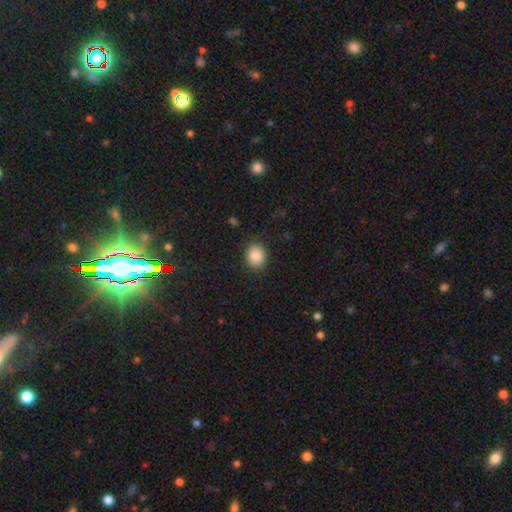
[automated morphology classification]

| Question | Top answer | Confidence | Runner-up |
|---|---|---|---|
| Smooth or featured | smooth | 86% | star or artifact (8%) |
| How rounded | round | 64% | in between (35%) |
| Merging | none | 88% | minor disturbance (8%) |